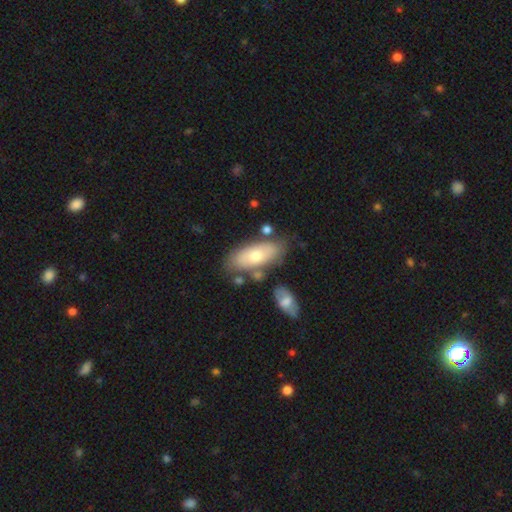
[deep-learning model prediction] This appears to be a smooth galaxy with no disk features (65%) that is in between round and cigar-shaped (85%). Merging: none (70%).